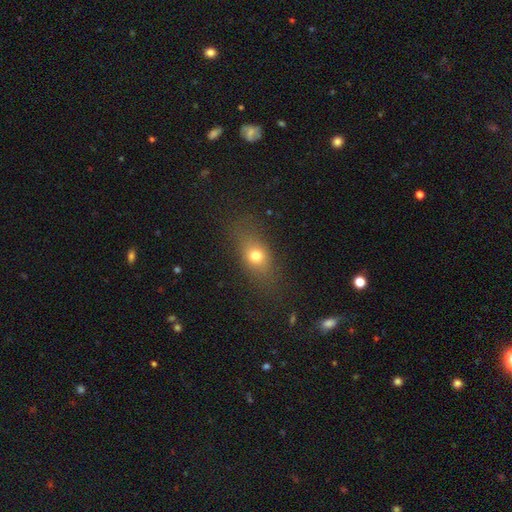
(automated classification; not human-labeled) Smooth or featured? smooth (70%)
How rounded? in between (61%)
Merging? none (76%)